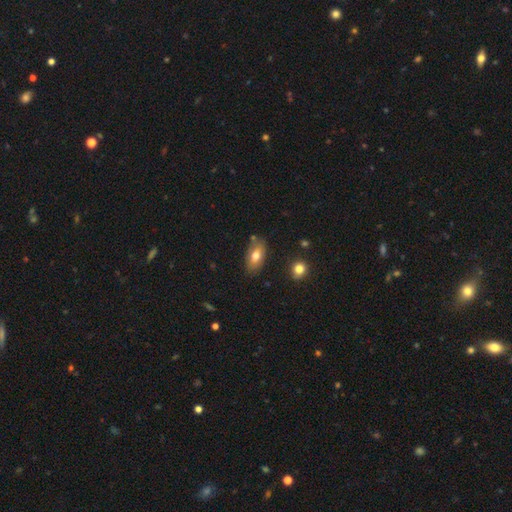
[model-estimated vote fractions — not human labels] smooth 70%, featured or disk 22%, star or artifact 8%. Down the decision tree: how rounded — in between (89%); merging — none (76%).